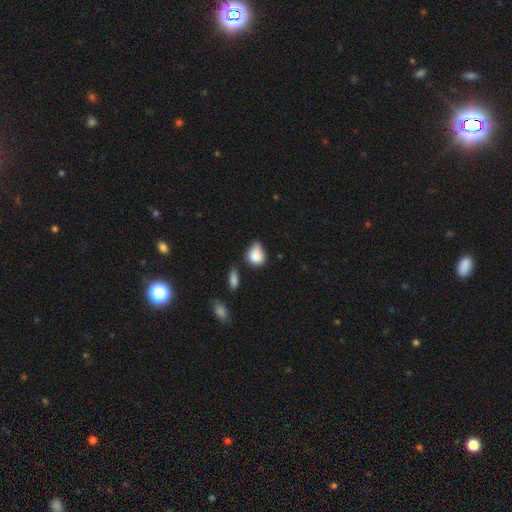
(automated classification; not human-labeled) This is clearly a smooth galaxy (82%). How rounded: possibly in between (54%). Merging: marginally minor disturbance (44%).